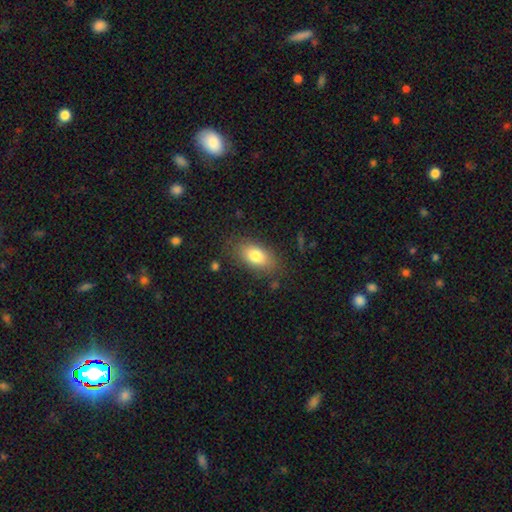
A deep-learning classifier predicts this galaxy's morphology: smooth 80%, featured or disk 13%, star or artifact 8%. Down the decision tree: how rounded — in between (90%); merging — none (80%).